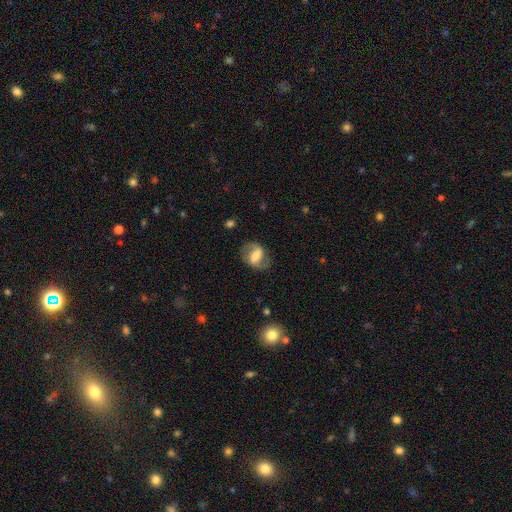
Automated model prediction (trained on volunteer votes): Smooth or featured? featured or disk (57%)
Edge-on disk? no (95%)
Bar? strong (46%)
Spiral arms? yes (77%)
Bulge size? moderate (34%)
Merging? none (71%)